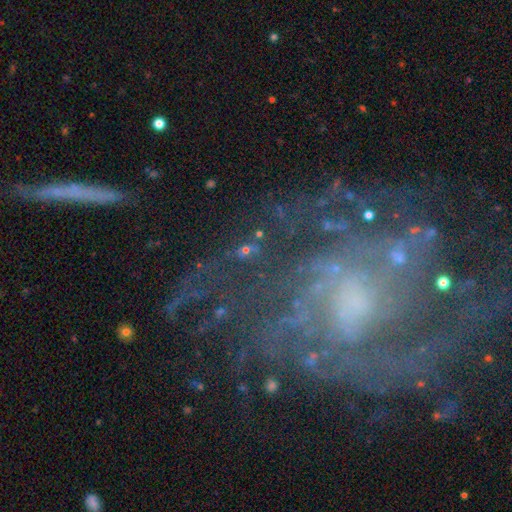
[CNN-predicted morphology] A featured or disk galaxy (71%) with no bar (66%), tight (52%) spiral arms (81%) and a small central bulge (46%). Merging: none (62%).